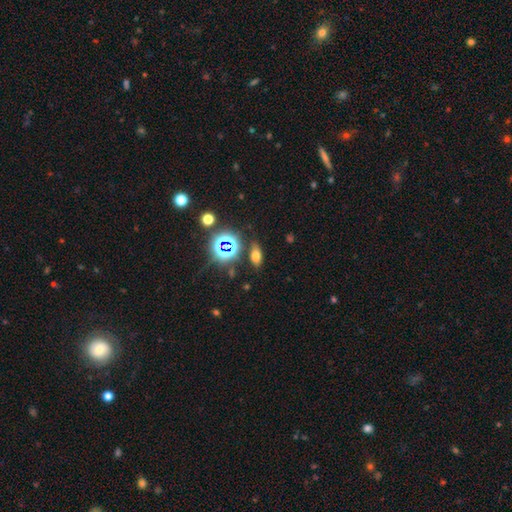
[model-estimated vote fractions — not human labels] Smooth or featured?
  - smooth: 62% *
  - star or artifact: 27%
  - featured or disk: 12%
How rounded?
  - in between: 80% *
  - round: 11%
  - cigar-shaped: 8%
Merging?
  - none: 82% *
  - minor disturbance: 11%
  - major disturbance: 4%
  - merger: 4%